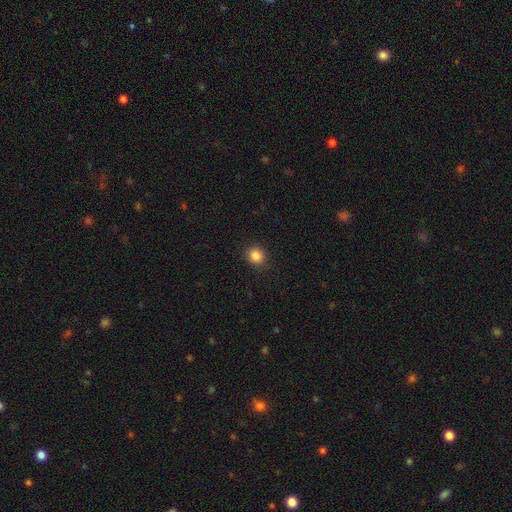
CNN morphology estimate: This is clearly a smooth galaxy (86%). How rounded: clearly round (83%). Merging: clearly none (90%).